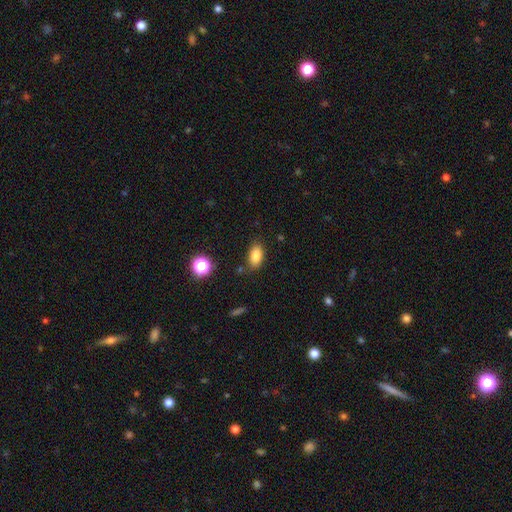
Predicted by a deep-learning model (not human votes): A smooth galaxy with no disk features (84%) that is in between round and cigar-shaped (89%). Merging: none (81%).